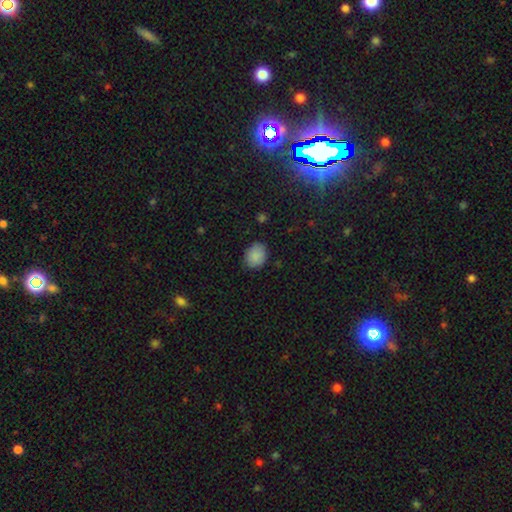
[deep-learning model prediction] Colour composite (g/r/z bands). It shows a smooth galaxy with no disk features (88%) that is in between round and cigar-shaped (54%). Merging: none (82%).